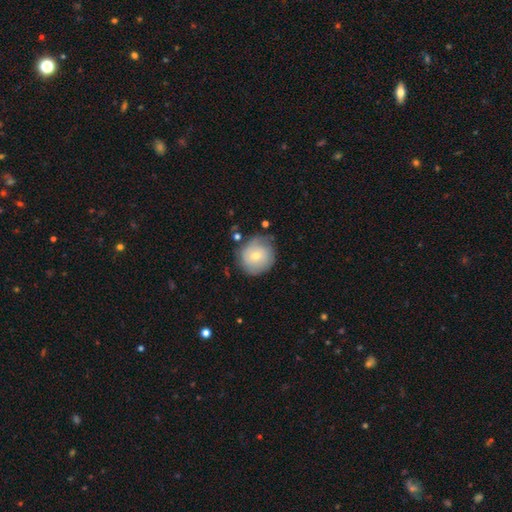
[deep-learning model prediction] Smooth or featured? smooth (64%)
How rounded? round (89%)
Merging? none (66%)